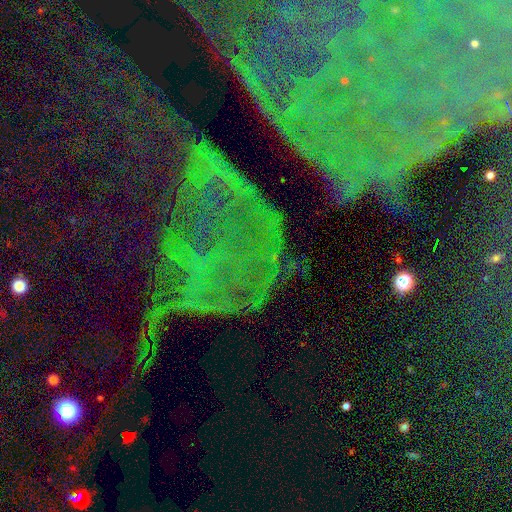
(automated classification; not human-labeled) This appears to be a star or artifact, not a galaxy (76%).